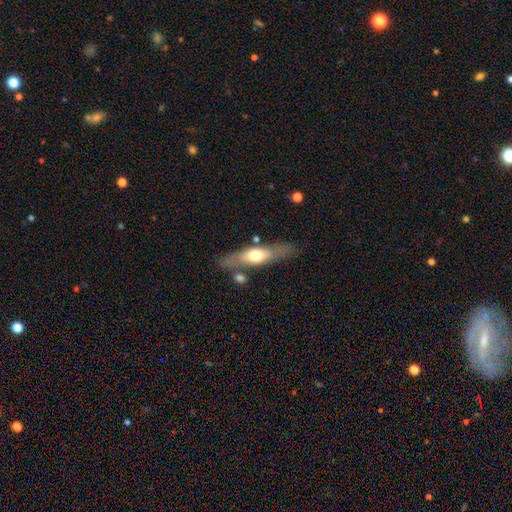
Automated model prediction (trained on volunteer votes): This is possibly a featured or disk galaxy (48%). Merging: likely none (71%).